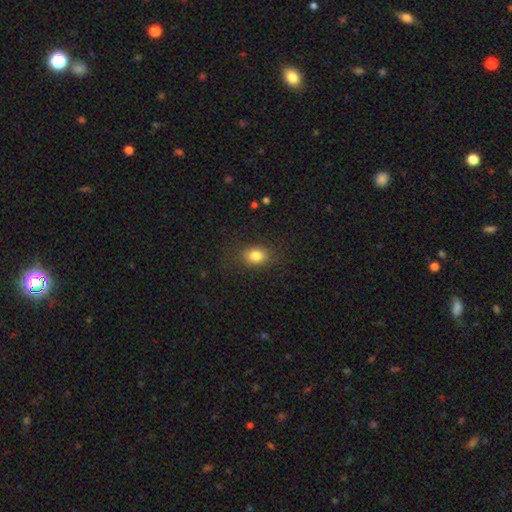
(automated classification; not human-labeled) Smooth or featured?
  - smooth: 81% *
  - star or artifact: 11%
  - featured or disk: 7%
How rounded?
  - in between: 58% *
  - round: 41%
  - cigar-shaped: 1%
Merging?
  - none: 81% *
  - minor disturbance: 13%
  - major disturbance: 5%
  - merger: 1%